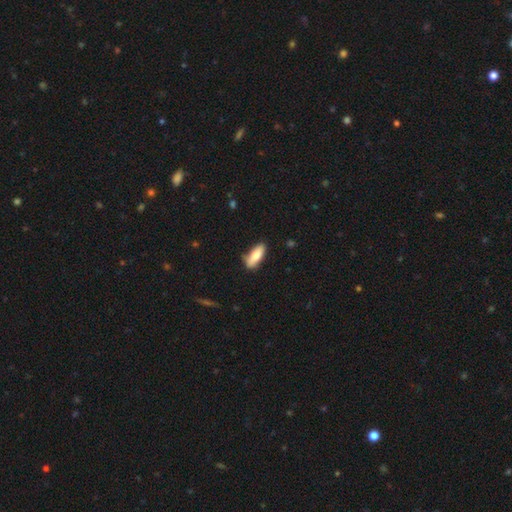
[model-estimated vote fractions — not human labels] Overall: smooth (81%). How rounded: in between (68%; cigar-shaped 30%). Merging: none (73%).